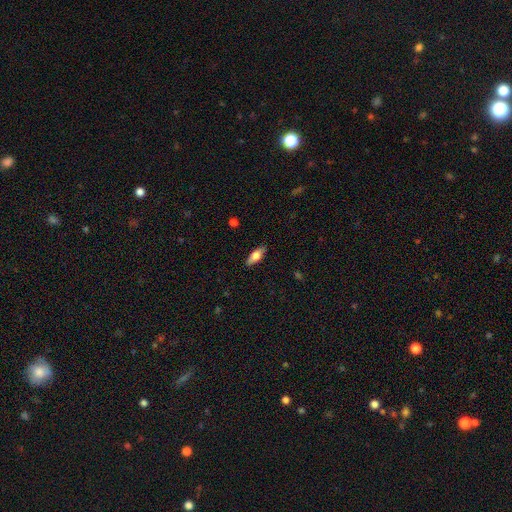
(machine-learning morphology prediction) Smooth or featured: smooth — 64% (featured or disk — 30%)
How rounded: in between — 71% (cigar-shaped — 27%)
Merging: none — 88% (minor disturbance — 9%)